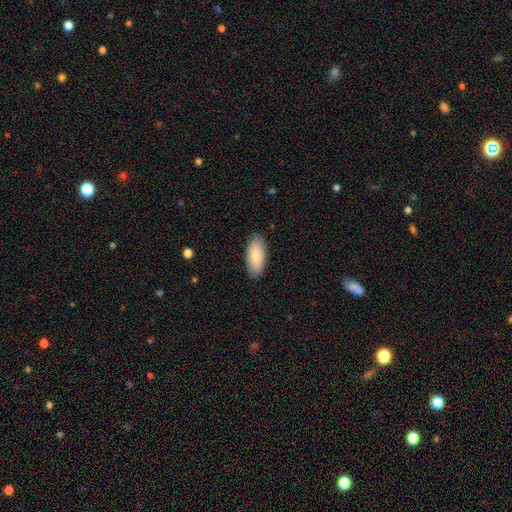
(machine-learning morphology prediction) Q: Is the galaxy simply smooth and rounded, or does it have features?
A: smooth — 83%.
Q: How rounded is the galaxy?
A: in between — 88%.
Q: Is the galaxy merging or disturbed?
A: none — 87%.